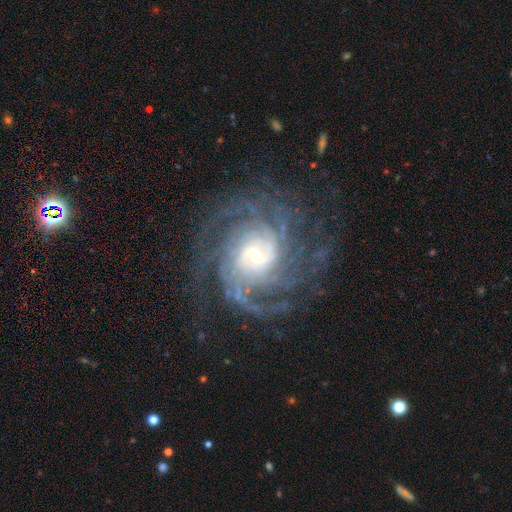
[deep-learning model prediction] Q: Smooth or featured?
A: featured or disk (91%); runner-up: star or artifact (6%)
Q: Edge-on disk?
A: no (98%); runner-up: yes (2%)
Q: Bar?
A: weak (45%); runner-up: no (35%)
Q: Spiral arms?
A: yes (98%); runner-up: no (2%)
Q: Spiral winding?
A: tight (61%); runner-up: medium (32%)
Q: Spiral arm count?
A: 4 (22%); runner-up: can't tell (21%)
Q: Bulge size?
A: small (62%); runner-up: moderate (31%)
Q: Merging?
A: none (75%); runner-up: minor disturbance (13%)